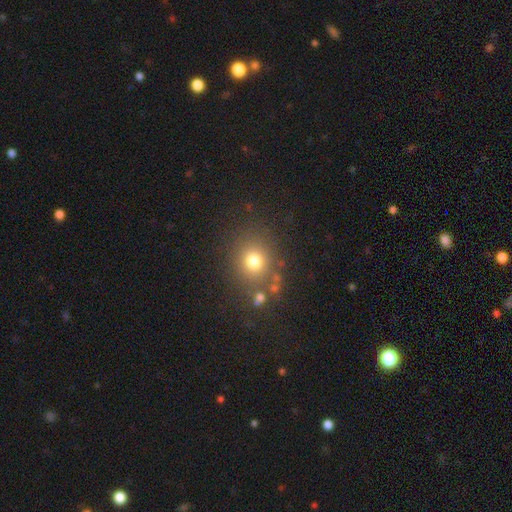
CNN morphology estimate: Smooth or featured?
  - smooth: 59% *
  - star or artifact: 31%
  - featured or disk: 9%
How rounded?
  - round: 78% *
  - in between: 21%
  - cigar-shaped: 1%
Merging?
  - none: 73% *
  - merger: 12%
  - minor disturbance: 10%
  - major disturbance: 4%